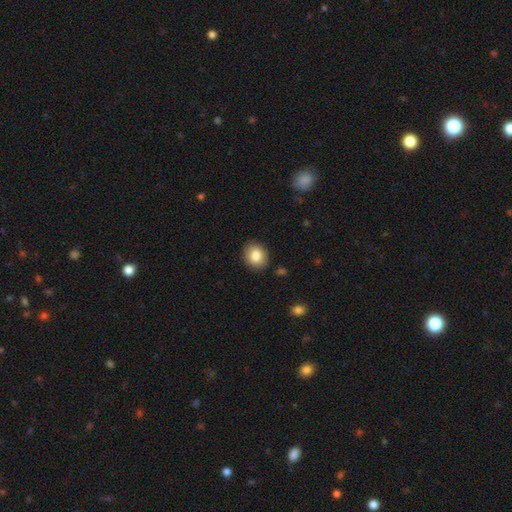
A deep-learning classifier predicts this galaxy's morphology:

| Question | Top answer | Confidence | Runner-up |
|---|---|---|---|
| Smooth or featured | smooth | 84% | star or artifact (9%) |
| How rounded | round | 65% | in between (34%) |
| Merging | none | 89% | minor disturbance (8%) |